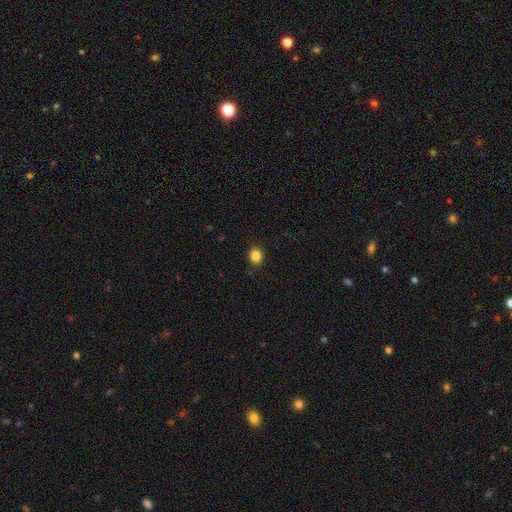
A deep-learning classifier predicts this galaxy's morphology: This appears to be a smooth galaxy with no disk features (85%) that is round (71%). Merging: none (90%).